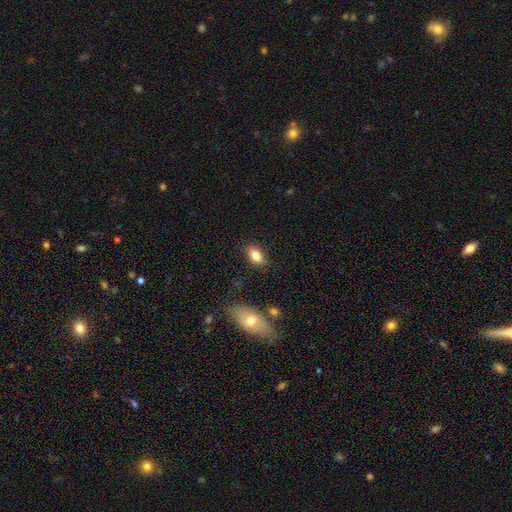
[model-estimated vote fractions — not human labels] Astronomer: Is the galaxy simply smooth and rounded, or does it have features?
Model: smooth — 81%.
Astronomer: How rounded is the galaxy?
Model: in between — 87%.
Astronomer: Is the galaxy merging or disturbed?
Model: none — 84%.